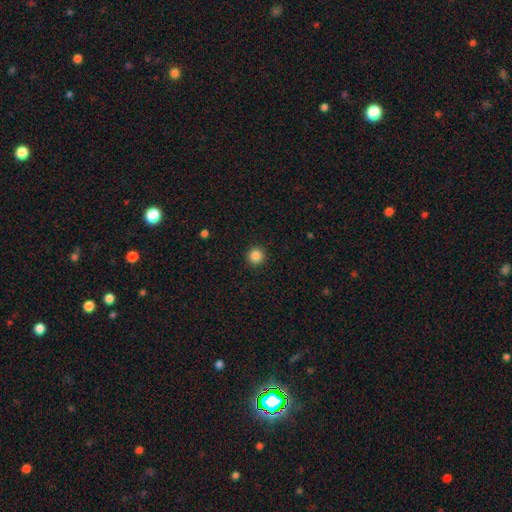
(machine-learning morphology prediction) smooth_or_featured: smooth (p=0.86) [alt: star or artifact p=0.11]
how_rounded: round (p=0.95) [alt: in between p=0.04]
merging: none (p=0.93) [alt: minor disturbance p=0.05]